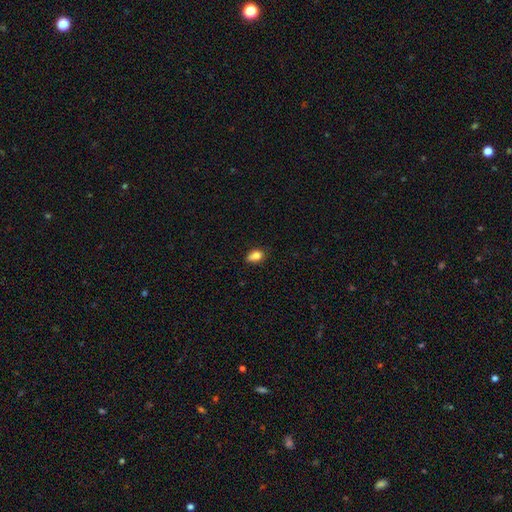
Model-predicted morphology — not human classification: This appears to be a smooth galaxy with no disk features (83%) that is in between round and cigar-shaped (79%). Merging: none (63%).